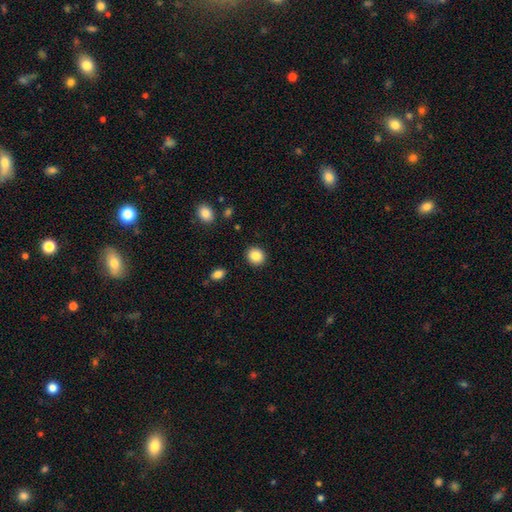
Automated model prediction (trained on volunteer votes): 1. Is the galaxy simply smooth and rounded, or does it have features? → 86% smooth, 9% star or artifact, 5% featured or disk.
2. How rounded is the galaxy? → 81% round, 18% in between, 1% cigar-shaped.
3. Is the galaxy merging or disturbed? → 91% none, 6% minor disturbance, 2% major disturbance, 1% merger.